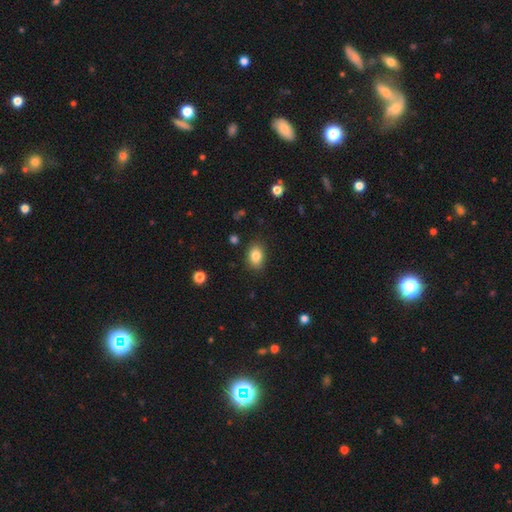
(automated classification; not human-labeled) Smooth or featured: smooth — 83% (star or artifact — 9%)
How rounded: in between — 75% (round — 24%)
Merging: none — 85% (minor disturbance — 11%)